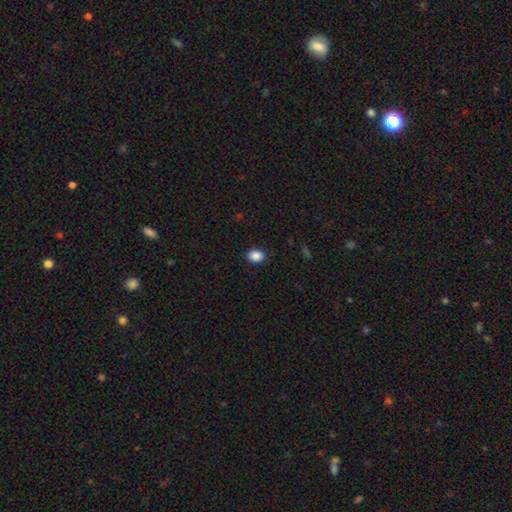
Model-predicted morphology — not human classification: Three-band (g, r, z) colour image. It shows a smooth galaxy with no disk features (88%) that is in between round and cigar-shaped (59%). Merging: none (90%).